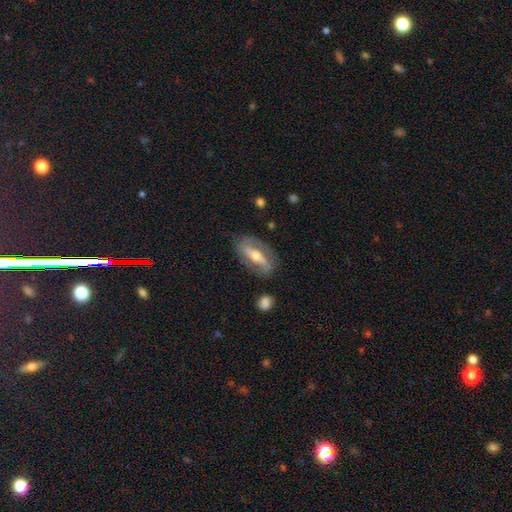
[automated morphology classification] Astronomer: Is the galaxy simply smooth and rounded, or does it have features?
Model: featured or disk — 72%.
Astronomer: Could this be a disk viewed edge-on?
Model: no — 85%.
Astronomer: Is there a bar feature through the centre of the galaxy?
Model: strong — 55%.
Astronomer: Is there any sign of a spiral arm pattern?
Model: yes — 75%.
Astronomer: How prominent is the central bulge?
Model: moderate — 64%.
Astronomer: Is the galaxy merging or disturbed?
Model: none — 75%.